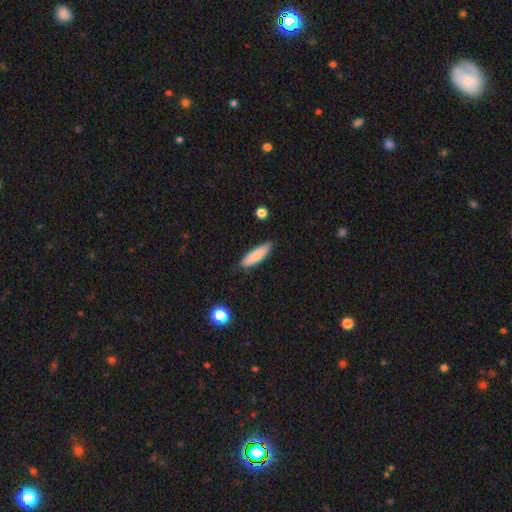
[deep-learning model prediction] Smooth or featured? smooth (85%)
How rounded? cigar-shaped (67%)
Merging? none (81%)